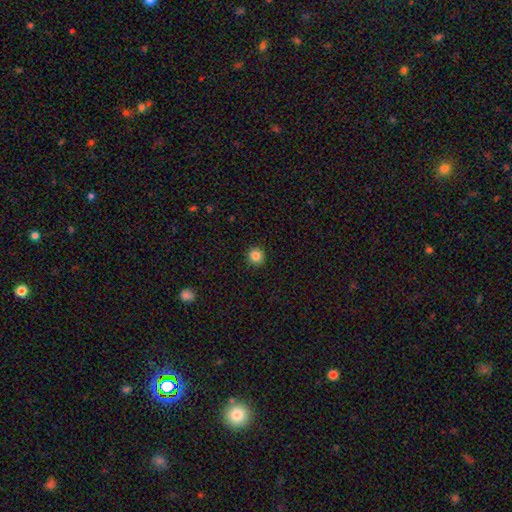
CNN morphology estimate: Overall: smooth (85%). How rounded: round (93%). Merging: none (93%).